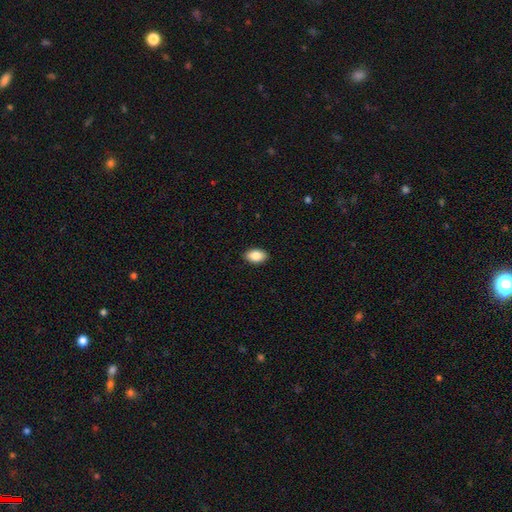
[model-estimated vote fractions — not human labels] smooth-or-featured: smooth: 87% | star or artifact: 7% | featured or disk: 6%
  how-rounded: in between: 91% | round: 7% | cigar-shaped: 1%
  merging: none: 90% | minor disturbance: 7% | major disturbance: 2% | merger: 1%